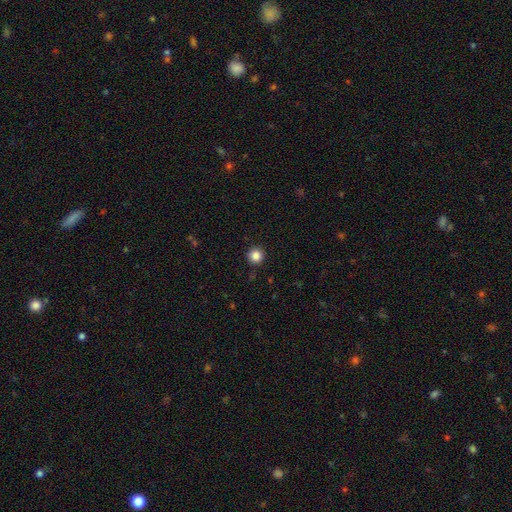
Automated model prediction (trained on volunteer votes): The model was most divided on "smooth or featured": smooth: 86%, star or artifact: 11%, featured or disk: 4%. More confident: how rounded — round (96%); merging — none (92%).